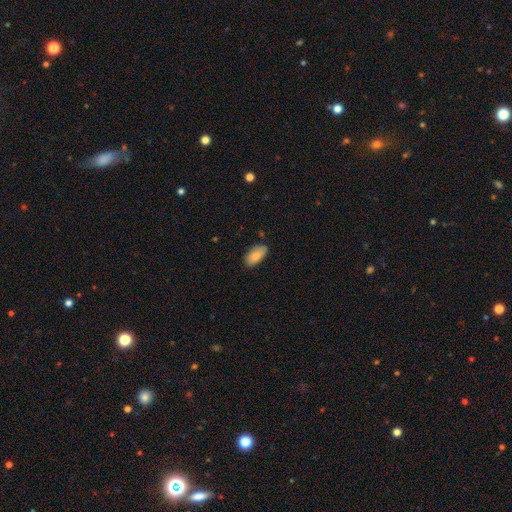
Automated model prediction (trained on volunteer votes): Morphology: type=smooth (84%); roundness=in between (94%); merging=none (79%).